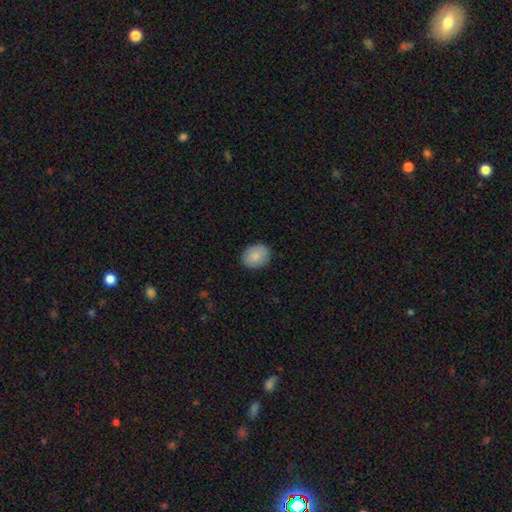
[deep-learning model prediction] This appears to be a smooth galaxy with no disk features (86%) that is round (51%). Merging: none (87%).